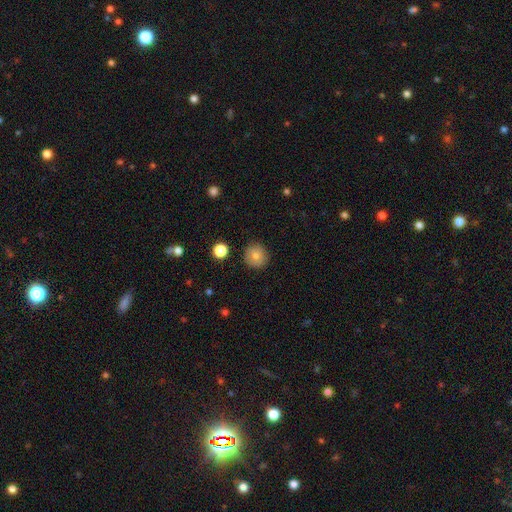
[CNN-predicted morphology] Smooth or featured? Predicted: smooth (p=0.80). How rounded? Predicted: round (p=0.93). Merging? Predicted: none (p=0.88).